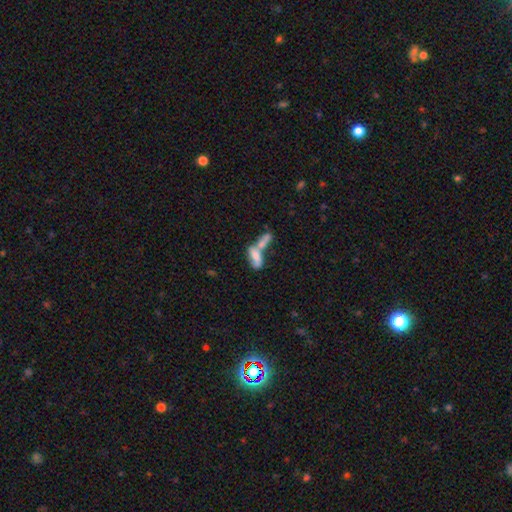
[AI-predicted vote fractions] Smooth or featured: smooth — 61% (featured or disk — 29%)
How rounded: in between — 75% (cigar-shaped — 22%)
Merging: merger — 70% (none — 15%)